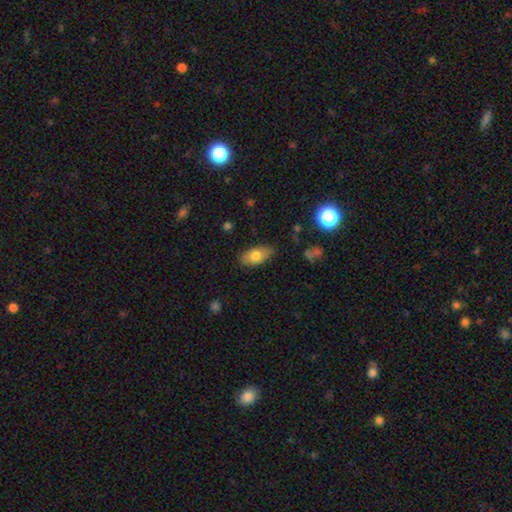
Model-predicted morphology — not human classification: A smooth galaxy with no disk features (73%) that is in between round and cigar-shaped (90%).

Vote fractions:
- Smooth or featured? smooth: 73% / featured or disk: 19% / star or artifact: 7%
- How rounded? in between: 90% / round: 5% / cigar-shaped: 4%
- Merging? none: 81% / minor disturbance: 15% / major disturbance: 3% / merger: 1%